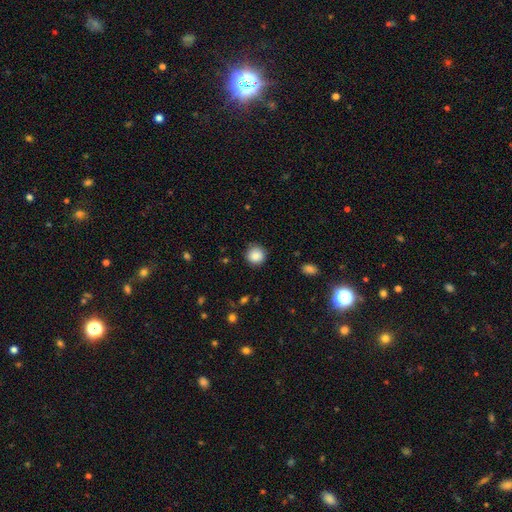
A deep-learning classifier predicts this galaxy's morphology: The model was most divided on "merging": none: 87%, minor disturbance: 10%, major disturbance: 2%, merger: 1%. More confident: how rounded — round (93%); smooth or featured — smooth (86%).